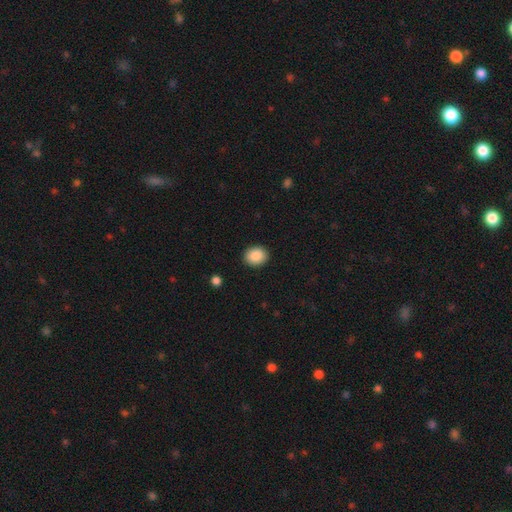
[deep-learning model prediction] A smooth galaxy with no disk features (88%) that is round (61%).

Vote fractions:
- Smooth or featured? smooth: 88% / star or artifact: 8% / featured or disk: 4%
- How rounded? round: 61% / in between: 38% / cigar-shaped: 1%
- Merging? none: 91% / minor disturbance: 6% / major disturbance: 2% / merger: 1%